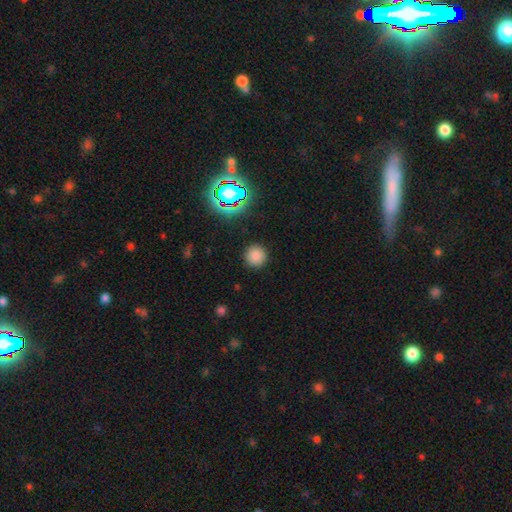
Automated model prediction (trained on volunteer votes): Overall: smooth (80%). How rounded: round (95%). Merging: none (91%).